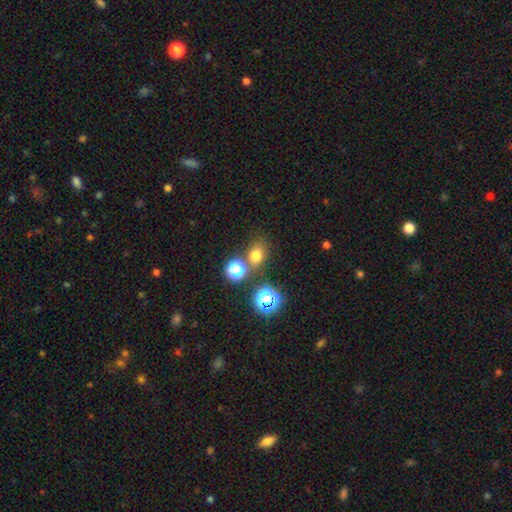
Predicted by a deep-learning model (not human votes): Smooth or featured? smooth (68%)
How rounded? round (52%)
Merging? none (69%)